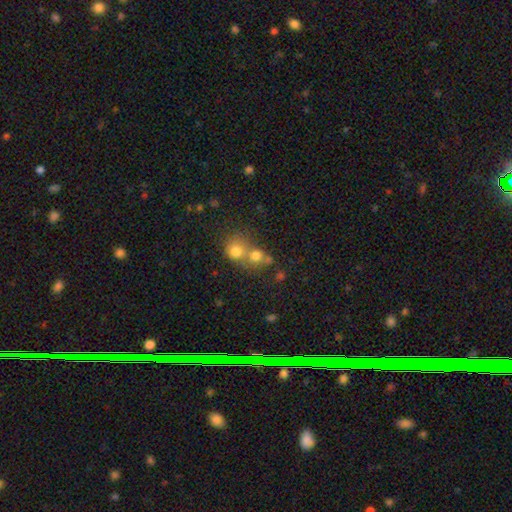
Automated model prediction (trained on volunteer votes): Morphology: type=smooth (72%); roundness=round (78%); merging=merger (58%).